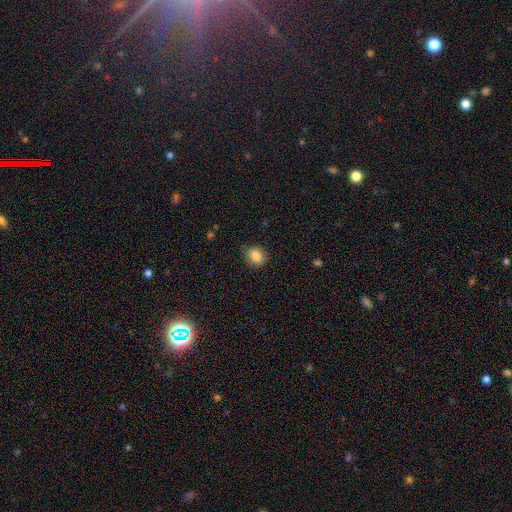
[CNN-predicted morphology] Smooth or featured: smooth — 82% (featured or disk — 9%)
How rounded: in between — 53% (round — 45%)
Merging: none — 74% (minor disturbance — 19%)